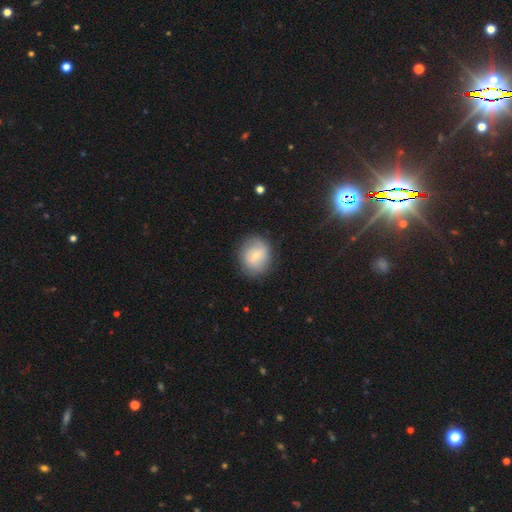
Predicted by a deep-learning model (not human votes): Smooth or featured?
  - smooth: 54% *
  - featured or disk: 38%
  - star or artifact: 8%
How rounded?
  - round: 69% *
  - in between: 30%
  - cigar-shaped: 1%
Merging?
  - none: 79% *
  - minor disturbance: 14%
  - major disturbance: 5%
  - merger: 1%